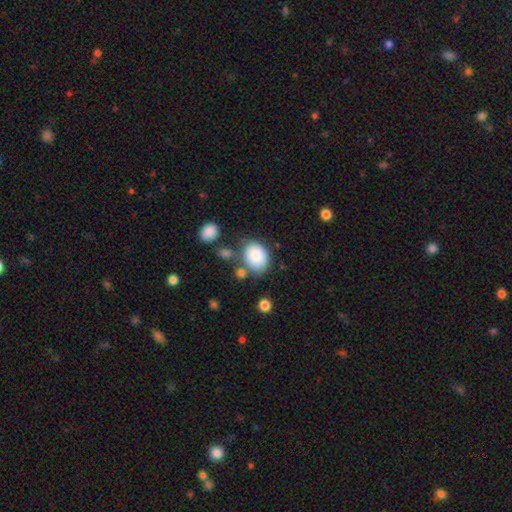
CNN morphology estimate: Smooth or featured? Predicted: smooth (p=0.84). How rounded? Predicted: in between (p=0.66). Merging? Predicted: none (p=0.65).